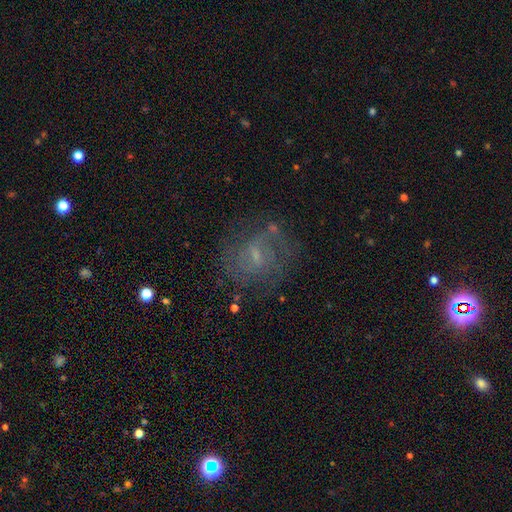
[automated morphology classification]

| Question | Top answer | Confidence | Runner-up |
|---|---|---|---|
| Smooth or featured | featured or disk | 66% | smooth (21%) |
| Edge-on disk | no | 97% | yes (3%) |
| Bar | weak | 56% | no (32%) |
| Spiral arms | yes | 81% | no (19%) |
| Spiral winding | medium | 45% | tight (28%) |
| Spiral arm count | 2 | 50% | can't tell (31%) |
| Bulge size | small | 60% | moderate (22%) |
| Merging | none | 67% | minor disturbance (17%) |